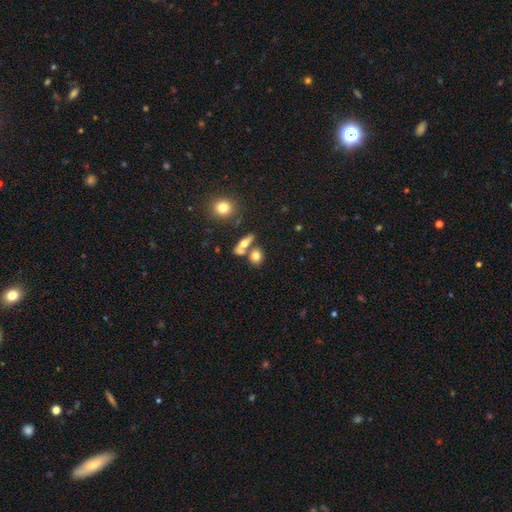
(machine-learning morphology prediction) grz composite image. It shows a smooth galaxy with no disk features (72%) that is round (52%). Merging: none (54%).